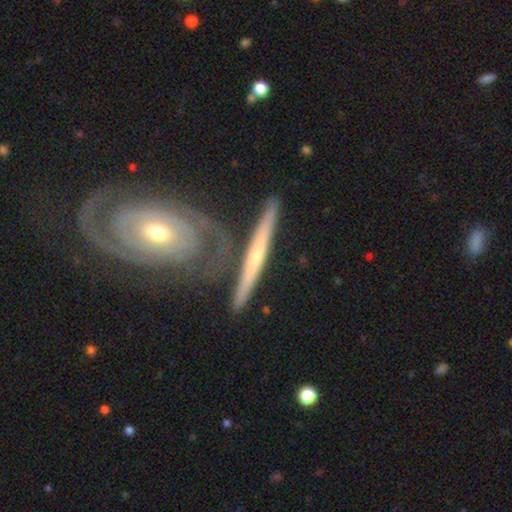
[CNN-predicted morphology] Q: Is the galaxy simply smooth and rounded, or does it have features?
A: featured or disk — 62%.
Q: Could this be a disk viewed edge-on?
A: yes — 81%.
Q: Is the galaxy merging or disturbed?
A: none — 69%.